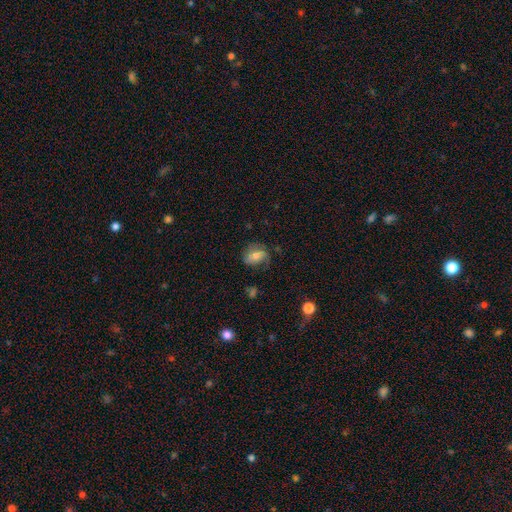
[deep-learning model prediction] smooth-or-featured: smooth: 50% | featured or disk: 42% | star or artifact: 9%
  merging: none: 56% | minor disturbance: 26% | major disturbance: 16% | merger: 2%